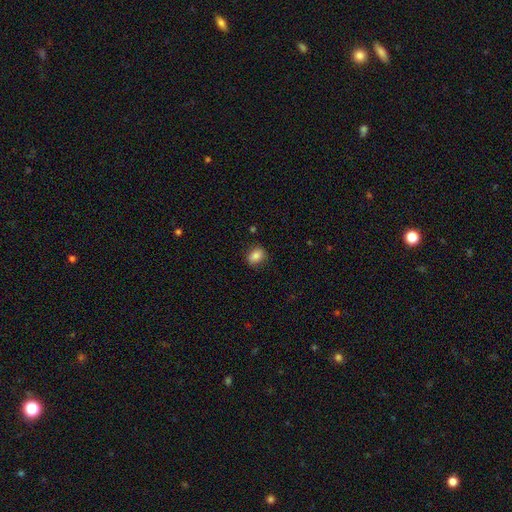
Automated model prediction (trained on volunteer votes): A smooth galaxy with no disk features (84%) that is in between round and cigar-shaped (64%).

Vote fractions:
- Smooth or featured? smooth: 84% / star or artifact: 9% / featured or disk: 7%
- How rounded? in between: 64% / round: 35% / cigar-shaped: 1%
- Merging? none: 85% / minor disturbance: 11% / major disturbance: 2% / merger: 1%